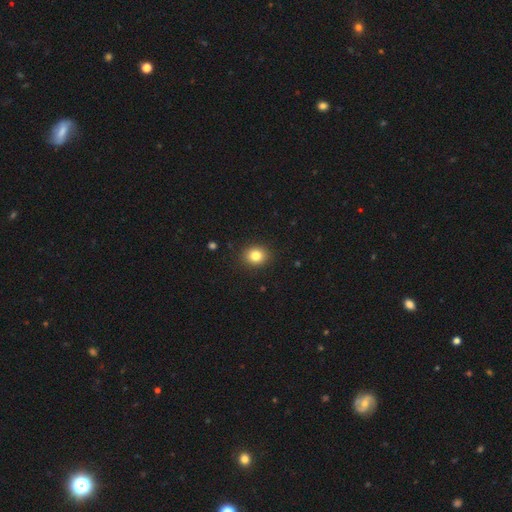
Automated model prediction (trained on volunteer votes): smooth 82%, star or artifact 11%, featured or disk 7%. Down the decision tree: how rounded — round (71%); merging — none (91%).